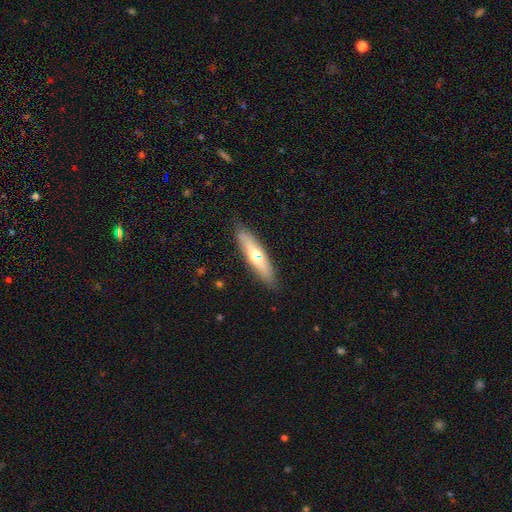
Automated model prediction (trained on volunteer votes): smooth-or-featured: smooth: 55% | featured or disk: 39% | star or artifact: 6%
  how-rounded: cigar-shaped: 74% | in between: 25% | round: 2%
  merging: none: 86% | minor disturbance: 11% | major disturbance: 2% | merger: 1%